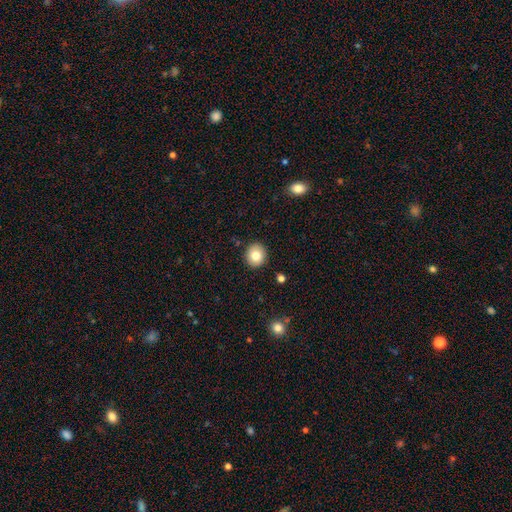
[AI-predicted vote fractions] Morphology: type=smooth (80%); roundness=round (83%); merging=none (91%).